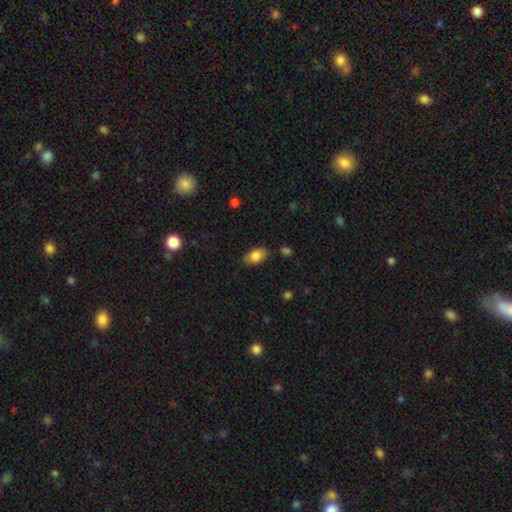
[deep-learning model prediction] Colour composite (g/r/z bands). It shows a smooth galaxy with no disk features (83%) that is in between round and cigar-shaped (91%). Merging: none (81%).